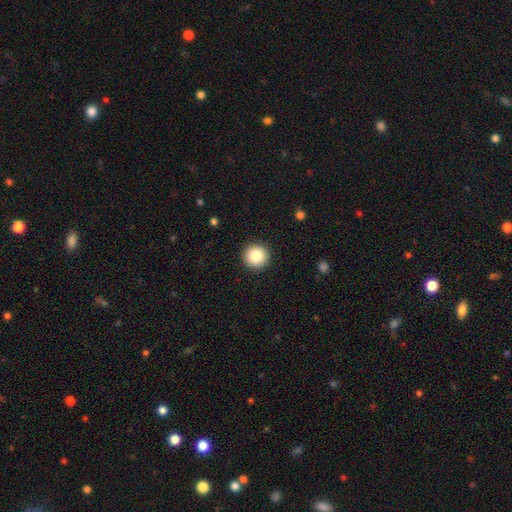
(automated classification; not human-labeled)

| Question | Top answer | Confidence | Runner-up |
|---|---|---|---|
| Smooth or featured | smooth | 85% | star or artifact (9%) |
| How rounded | round | 96% | in between (3%) |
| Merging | none | 93% | minor disturbance (5%) |